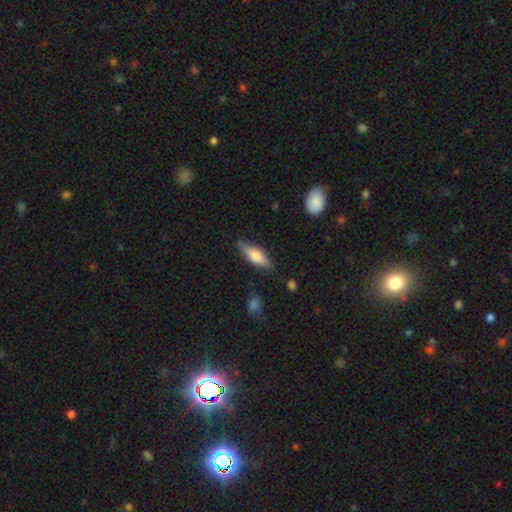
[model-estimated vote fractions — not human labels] smooth-or-featured: smooth: 60% | featured or disk: 34% | star or artifact: 6%
  how-rounded: in between: 50% | cigar-shaped: 47% | round: 2%
  merging: none: 79% | minor disturbance: 16% | major disturbance: 3% | merger: 2%